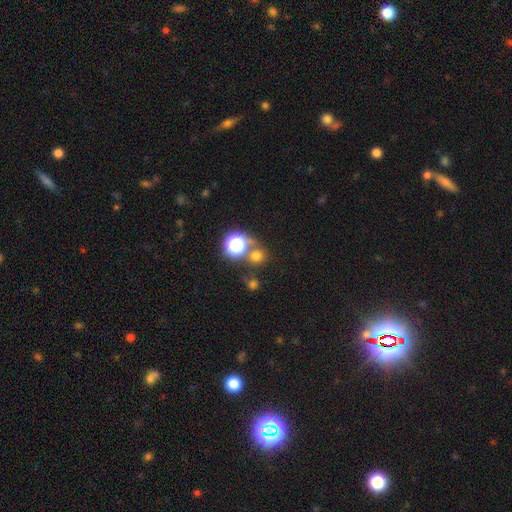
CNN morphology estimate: Smooth or featured? smooth (67%)
How rounded? round (87%)
Merging? none (70%)